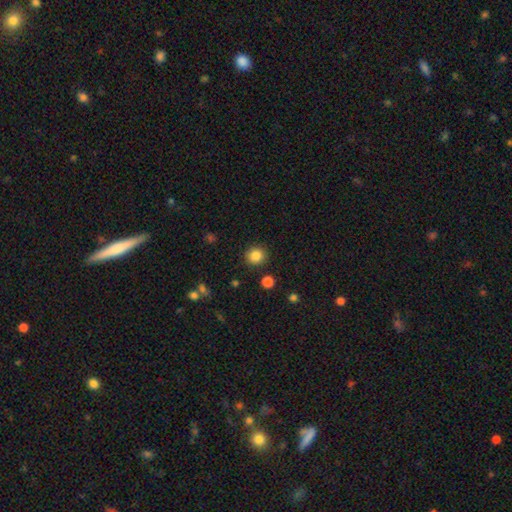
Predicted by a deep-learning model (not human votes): This is clearly a smooth galaxy (86%). How rounded: clearly round (91%). Merging: clearly none (89%).